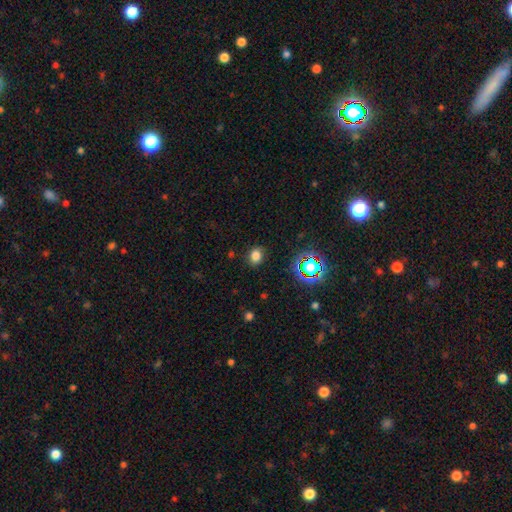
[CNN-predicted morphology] Overall: smooth (76%). How rounded: round (53%; in between 46%). Merging: none (85%).